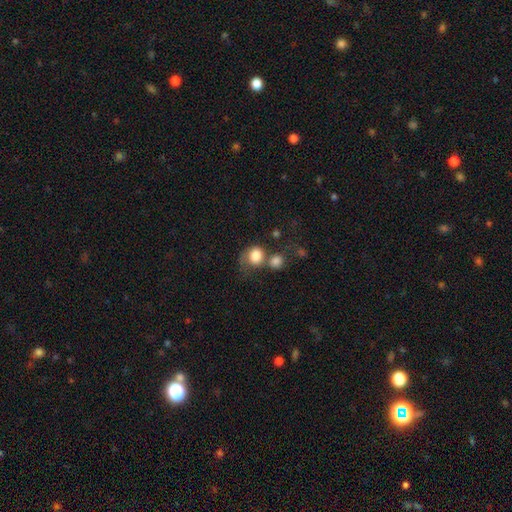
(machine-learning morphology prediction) Smooth or featured: smooth — 80% (featured or disk — 12%)
How rounded: round — 70% (in between — 29%)
Merging: merger — 44% (none — 28%)